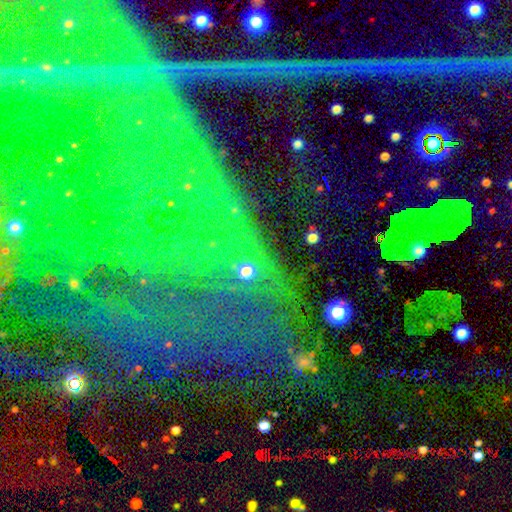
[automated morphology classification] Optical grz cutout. It shows a star or artifact, not a galaxy (57%).